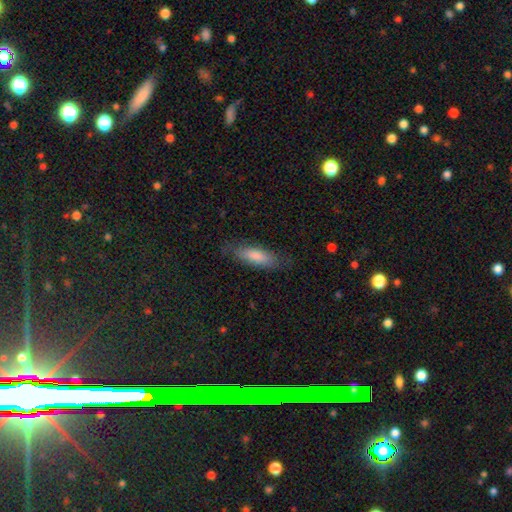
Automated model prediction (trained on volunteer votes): This is likely a smooth galaxy (76%). How rounded: possibly in between (51%). Merging: likely none (79%).